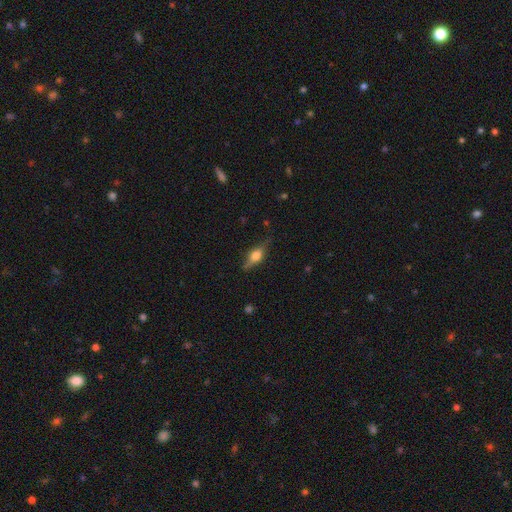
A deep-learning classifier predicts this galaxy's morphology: Smooth or featured: smooth — 48% (featured or disk — 44%)
Merging: none — 73% (minor disturbance — 20%)